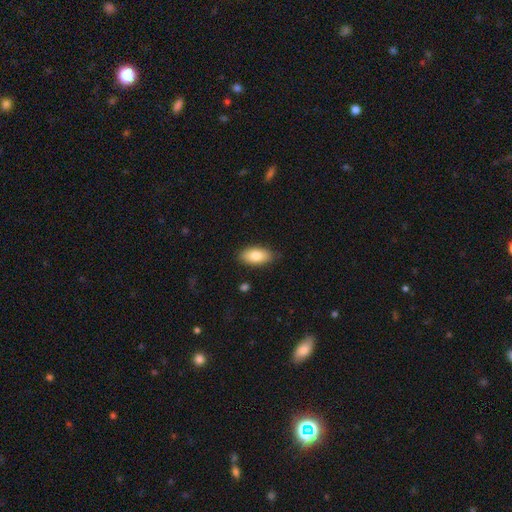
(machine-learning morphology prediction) Smooth or featured? Predicted: smooth (p=0.81). How rounded? Predicted: in between (p=0.92). Merging? Predicted: none (p=0.85).